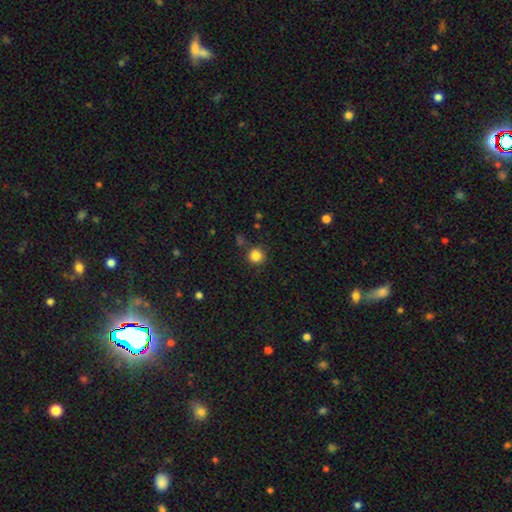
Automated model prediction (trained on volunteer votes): This appears to be a smooth galaxy with no disk features (84%) that is round (94%). Merging: none (85%).